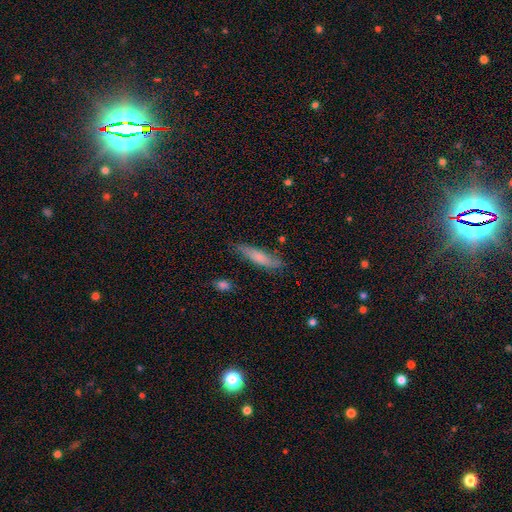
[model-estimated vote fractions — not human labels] Smooth or featured: smooth — 53% (featured or disk — 33%)
How rounded: cigar-shaped — 83% (in between — 15%)
Merging: none — 79% (minor disturbance — 16%)